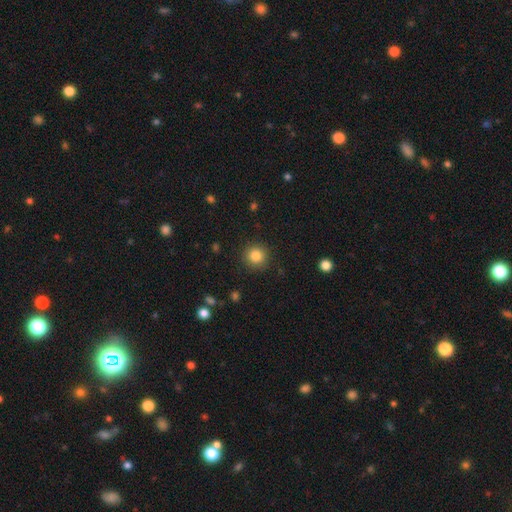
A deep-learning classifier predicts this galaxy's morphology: Q: Smooth or featured?
A: smooth (84%); runner-up: star or artifact (11%)
Q: How rounded?
A: round (92%); runner-up: in between (7%)
Q: Merging?
A: none (90%); runner-up: minor disturbance (6%)